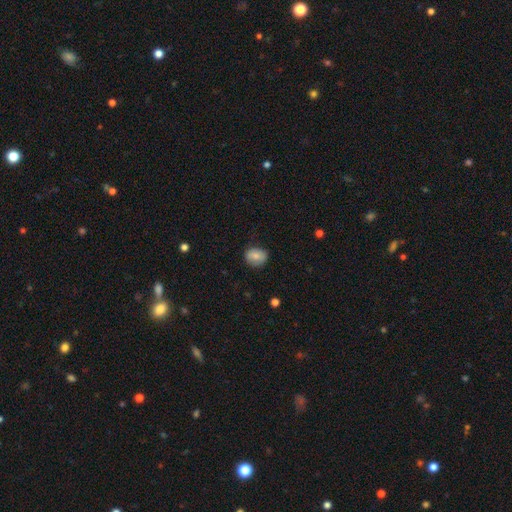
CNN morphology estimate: smooth_or_featured: smooth (p=0.79) [alt: featured or disk p=0.13]
how_rounded: in between (p=0.51) [alt: round p=0.48]
merging: none (p=0.78) [alt: minor disturbance p=0.17]